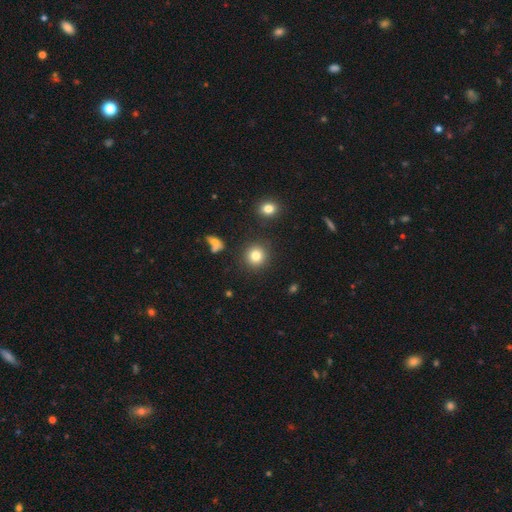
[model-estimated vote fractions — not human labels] This appears to be a smooth galaxy with no disk features (81%) that is round (91%). Merging: none (89%).